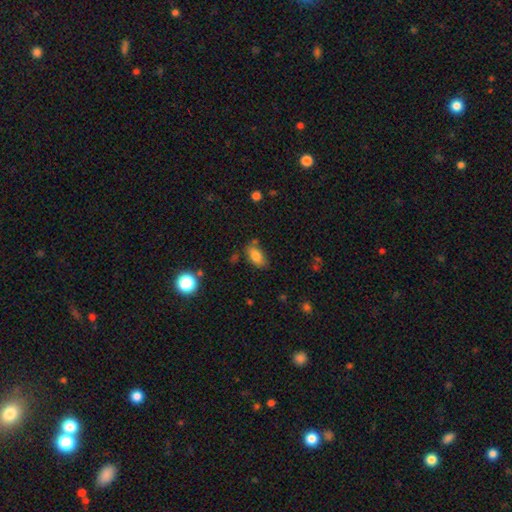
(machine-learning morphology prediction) smooth 80%, featured or disk 11%, star or artifact 9%. Down the decision tree: how rounded — in between (90%); merging — none (68%).